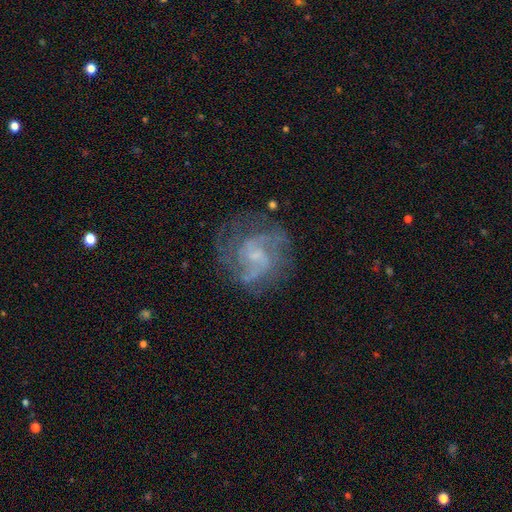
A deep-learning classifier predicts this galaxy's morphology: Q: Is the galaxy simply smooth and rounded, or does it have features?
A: featured or disk — 82%.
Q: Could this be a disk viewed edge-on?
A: no — 98%.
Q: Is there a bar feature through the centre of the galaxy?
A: weak — 47%.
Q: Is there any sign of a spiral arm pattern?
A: yes — 93%.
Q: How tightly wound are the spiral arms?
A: medium — 49%.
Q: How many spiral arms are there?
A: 2 — 45%.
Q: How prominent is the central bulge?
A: small — 56%.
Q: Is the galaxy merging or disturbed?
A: none — 68%.